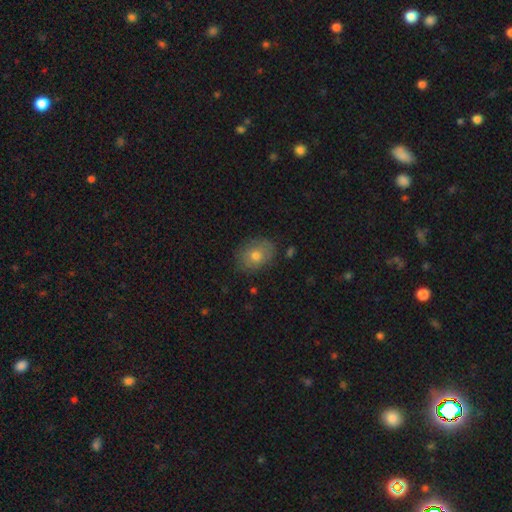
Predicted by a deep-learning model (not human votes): Q: Smooth or featured?
A: smooth (74%); runner-up: featured or disk (16%)
Q: How rounded?
A: in between (64%); runner-up: round (35%)
Q: Merging?
A: none (80%); runner-up: minor disturbance (15%)